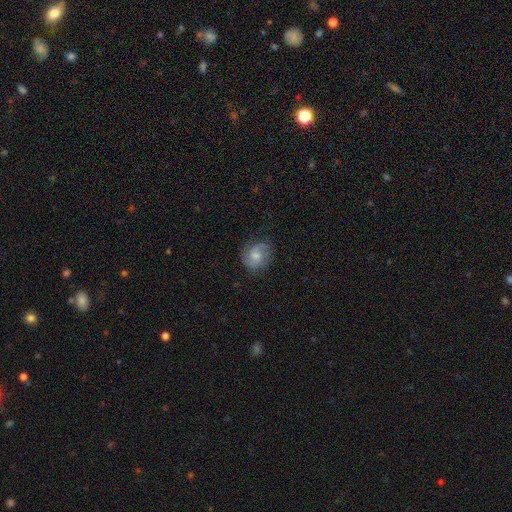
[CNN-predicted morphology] A featured or disk galaxy (59%) with no bar (56%), 2 (75%) medium (47%) spiral arms (90%) and a moderate central bulge (53%). Merging: none (71%).